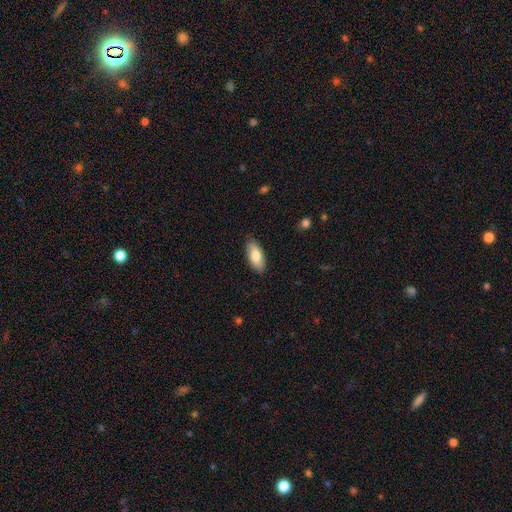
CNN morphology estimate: Smooth or featured?
  - smooth: 76% *
  - featured or disk: 18%
  - star or artifact: 6%
How rounded?
  - in between: 83% *
  - cigar-shaped: 15%
  - round: 2%
Merging?
  - none: 85% *
  - minor disturbance: 12%
  - major disturbance: 2%
  - merger: 1%